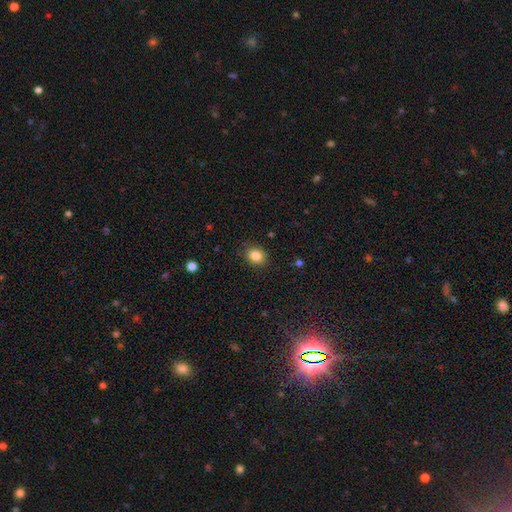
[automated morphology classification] Smooth or featured? Predicted: smooth (p=0.85). How rounded? Predicted: round (p=0.54). Merging? Predicted: none (p=0.86).